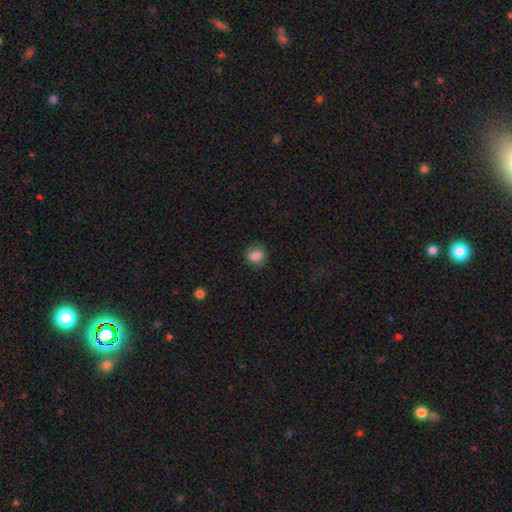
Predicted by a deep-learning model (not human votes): A smooth galaxy with no disk features (78%) that is round (52%). Merging: none (77%).